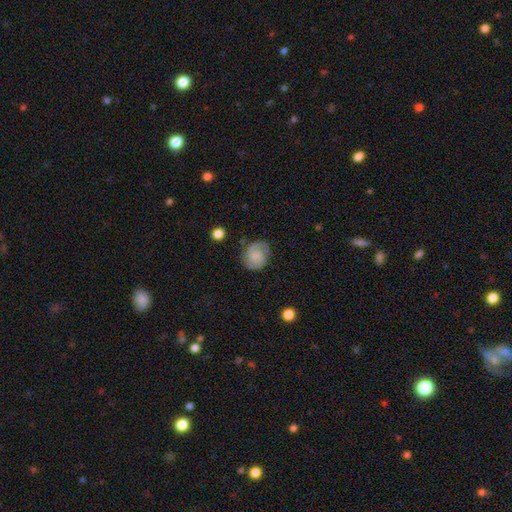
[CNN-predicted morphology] This is possibly a featured or disk galaxy (57%). It is clearly not viewed edge-on (98%). Bar: likely no (60%). Spiral arm pattern: clearly yes (91%). Spiral arm count: clearly 2 (80%). Spiral winding: marginally medium (45%). Central bulge: marginally none (36%). Merging: likely none (71%).